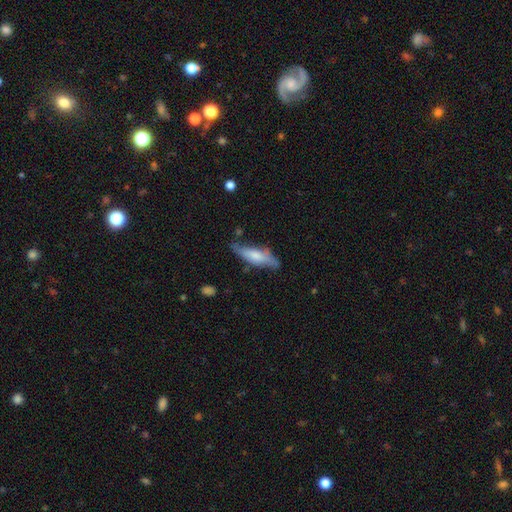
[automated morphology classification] smooth_or_featured: smooth (p=0.61) [alt: featured or disk p=0.32]
how_rounded: cigar-shaped (p=0.55) [alt: in between p=0.43]
merging: none (p=0.59) [alt: minor disturbance p=0.29]